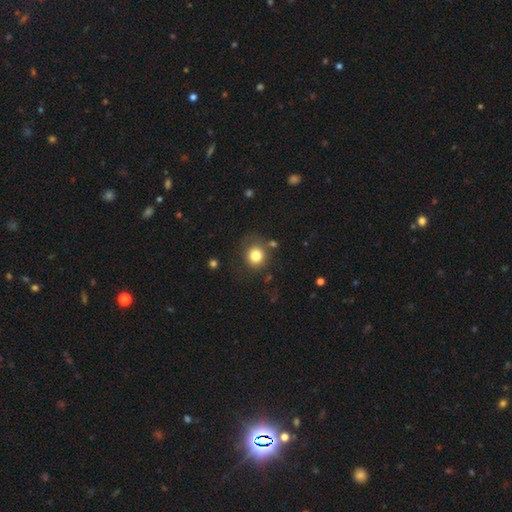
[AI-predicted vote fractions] This appears to be a smooth galaxy with no disk features (81%) that is round (85%). Merging: none (76%).